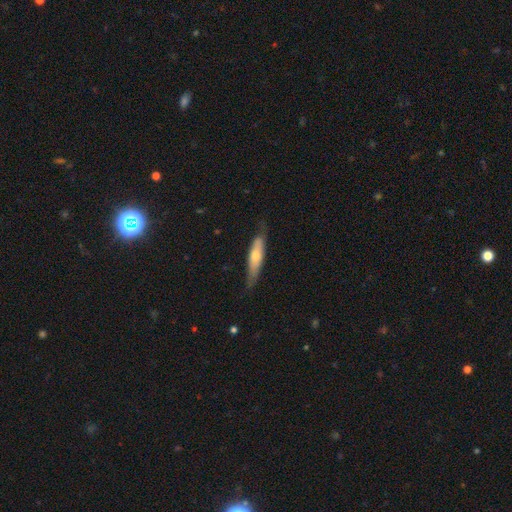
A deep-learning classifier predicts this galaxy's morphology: This appears to be a smooth galaxy with no disk features (57%) that is cigar-shaped (74%). Merging: none (69%).